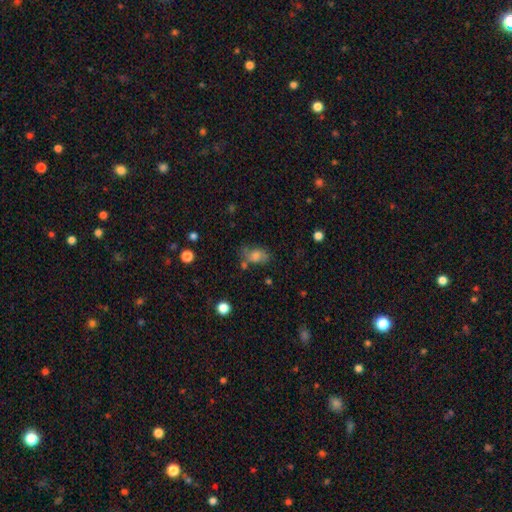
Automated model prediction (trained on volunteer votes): The model was most divided on "merging": none: 54%, minor disturbance: 25%, major disturbance: 11%, merger: 9%. More confident: how rounded — in between (75%); smooth or featured — smooth (63%).